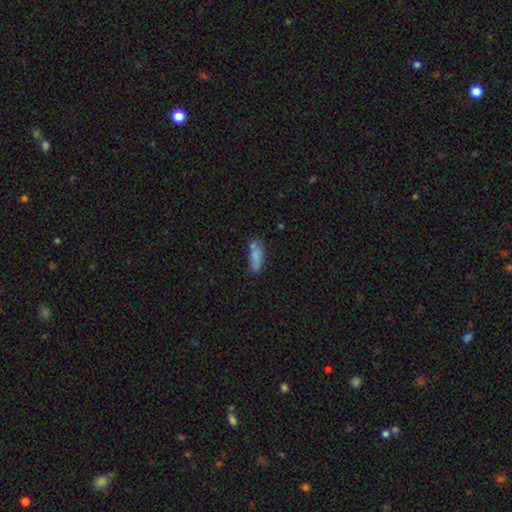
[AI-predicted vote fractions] Q: Smooth or featured?
A: smooth (76%); runner-up: featured or disk (15%)
Q: How rounded?
A: in between (65%); runner-up: cigar-shaped (33%)
Q: Merging?
A: none (52%); runner-up: minor disturbance (23%)